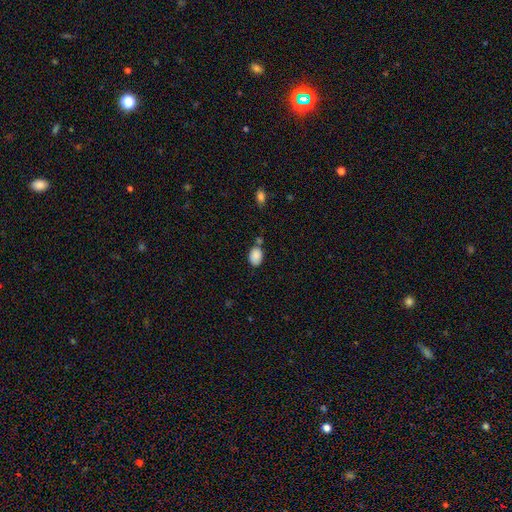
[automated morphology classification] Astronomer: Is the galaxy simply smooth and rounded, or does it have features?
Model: smooth — 88%.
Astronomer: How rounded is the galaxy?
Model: in between — 80%.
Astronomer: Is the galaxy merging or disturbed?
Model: none — 62%.